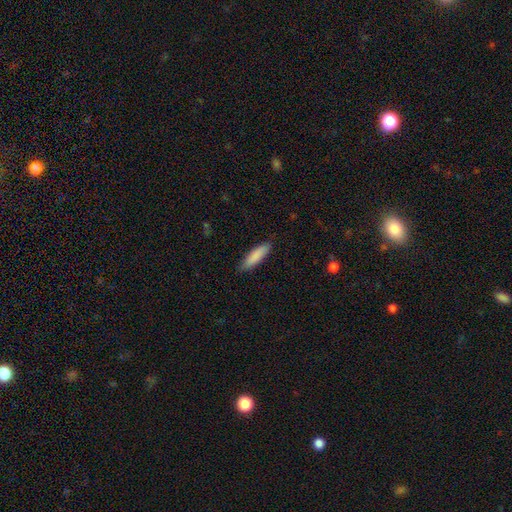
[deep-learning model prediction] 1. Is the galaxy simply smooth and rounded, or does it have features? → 87% smooth, 8% featured or disk, 5% star or artifact.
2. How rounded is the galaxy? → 66% cigar-shaped, 32% in between, 1% round.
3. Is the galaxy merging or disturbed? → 85% none, 12% minor disturbance, 2% major disturbance, 1% merger.